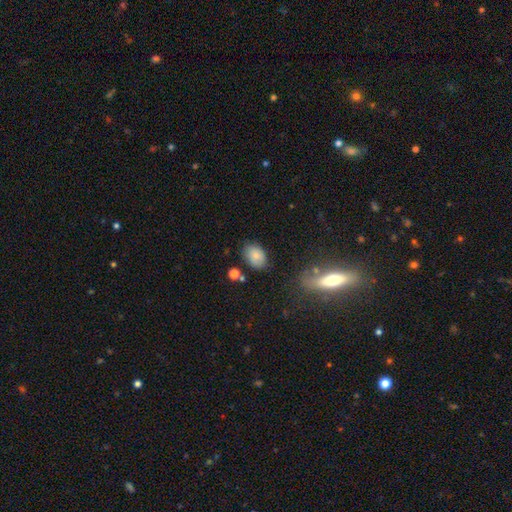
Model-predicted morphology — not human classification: A smooth galaxy with no disk features (82%) that is in between round and cigar-shaped (82%).

Vote fractions:
- Smooth or featured? smooth: 82% / star or artifact: 9% / featured or disk: 9%
- How rounded? in between: 82% / round: 17% / cigar-shaped: 1%
- Merging? none: 74% / minor disturbance: 17% / major disturbance: 5% / merger: 4%